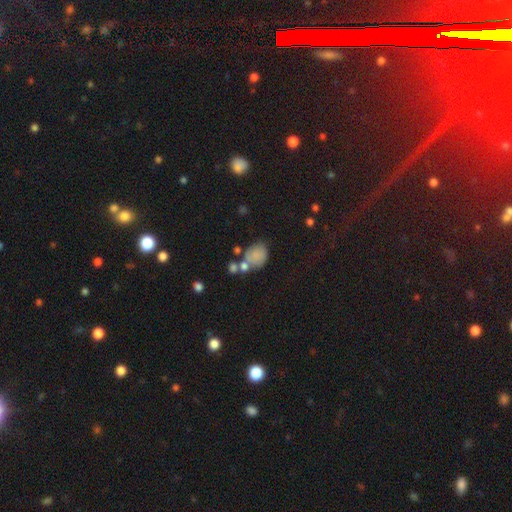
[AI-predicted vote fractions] Smooth or featured? Predicted: smooth (p=0.76). How rounded? Predicted: round (p=0.50). Merging? Predicted: none (p=0.41).